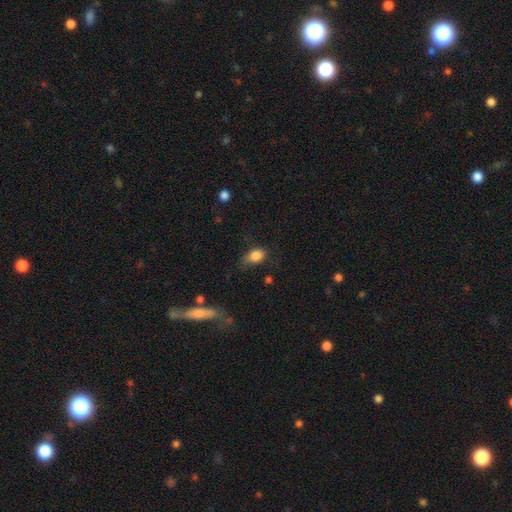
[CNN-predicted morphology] A smooth galaxy with no disk features (84%) that is in between round and cigar-shaped (75%). Merging: none (51%).